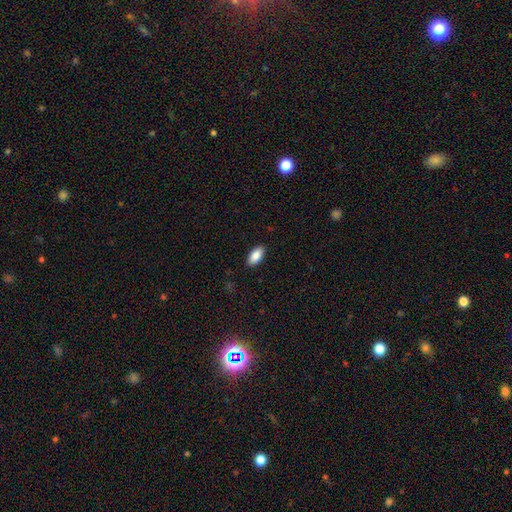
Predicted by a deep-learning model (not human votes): Smooth or featured? smooth (89%)
How rounded? in between (92%)
Merging? none (89%)